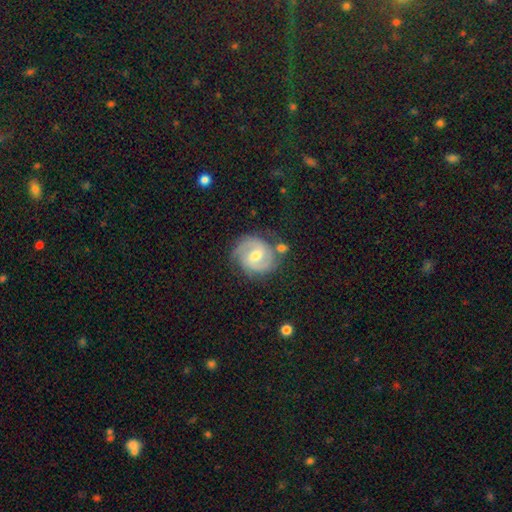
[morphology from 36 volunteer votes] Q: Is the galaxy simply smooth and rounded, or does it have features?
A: featured or disk — 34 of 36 (94%).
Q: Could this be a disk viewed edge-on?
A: no — 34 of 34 (100%).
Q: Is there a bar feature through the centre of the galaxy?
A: weak — 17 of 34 (50%).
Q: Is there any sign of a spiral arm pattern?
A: yes — 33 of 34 (97%).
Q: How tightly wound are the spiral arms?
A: tight — 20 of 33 (61%).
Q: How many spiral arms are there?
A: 2 — 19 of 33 (58%).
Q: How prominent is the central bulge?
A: moderate — 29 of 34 (85%).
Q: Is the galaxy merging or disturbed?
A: none — 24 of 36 (67%).